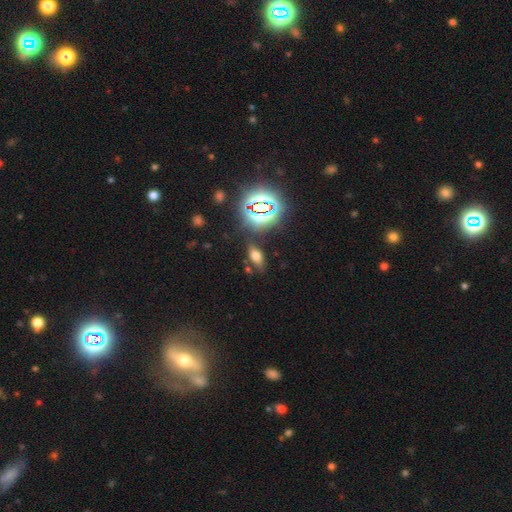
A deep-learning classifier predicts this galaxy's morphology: Smooth or featured? smooth (58%)
How rounded? in between (81%)
Merging? none (76%)